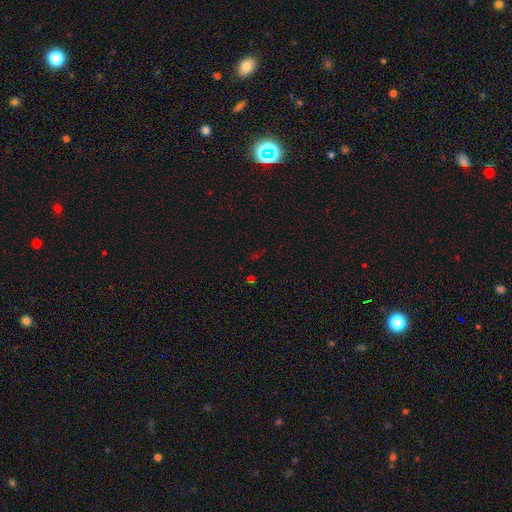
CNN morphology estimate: Smooth or featured? Predicted: star or artifact (p=0.64).